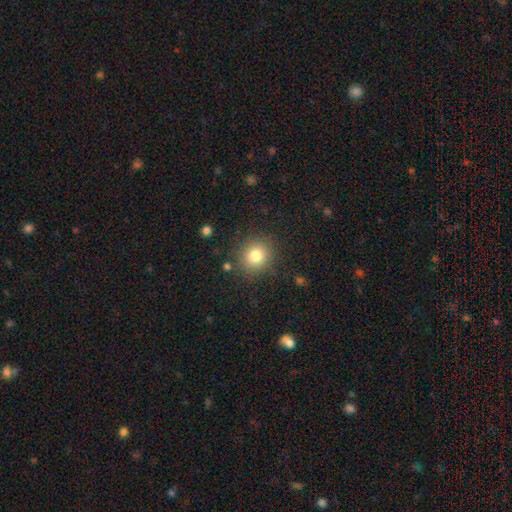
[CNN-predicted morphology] smooth 80%, star or artifact 12%, featured or disk 8%. Down the decision tree: how rounded — round (86%); merging — none (87%).